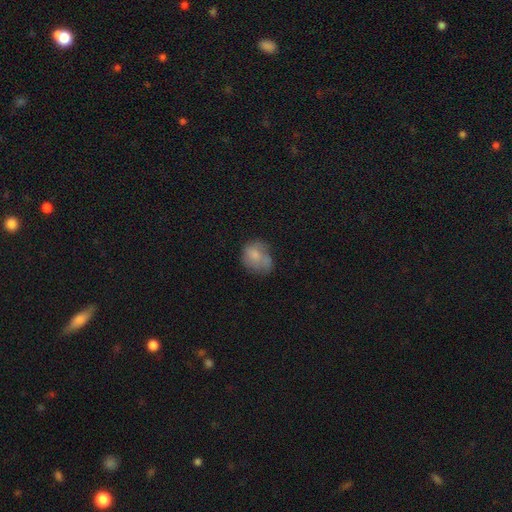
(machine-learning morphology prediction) This appears to be a smooth galaxy with no disk features (71%) that is round (50%). Merging: none (44%).